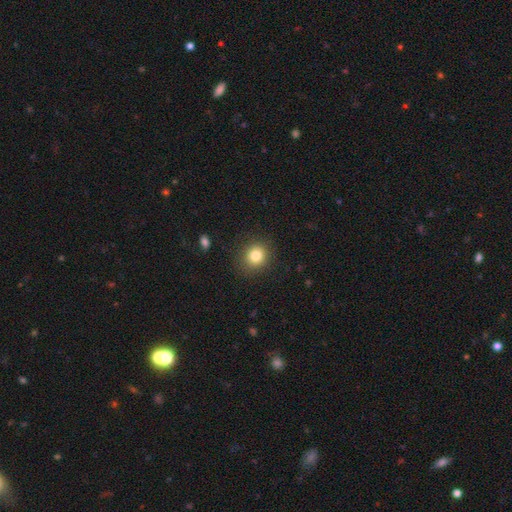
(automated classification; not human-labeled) A smooth galaxy with no disk features (82%) that is round (81%). Merging: none (88%).